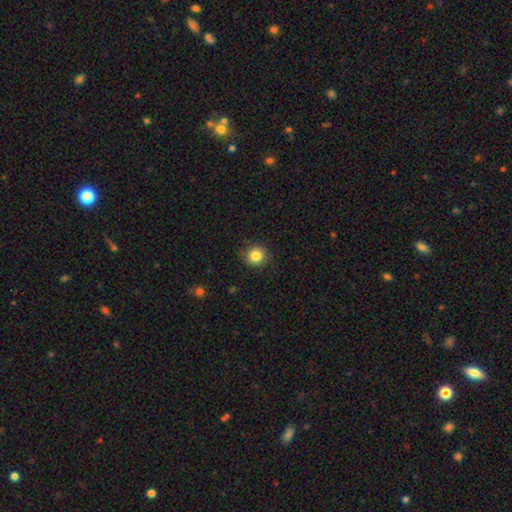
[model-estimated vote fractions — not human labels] Q: Smooth or featured?
A: smooth (84%); runner-up: star or artifact (11%)
Q: How rounded?
A: round (90%); runner-up: in between (9%)
Q: Merging?
A: none (86%); runner-up: minor disturbance (10%)